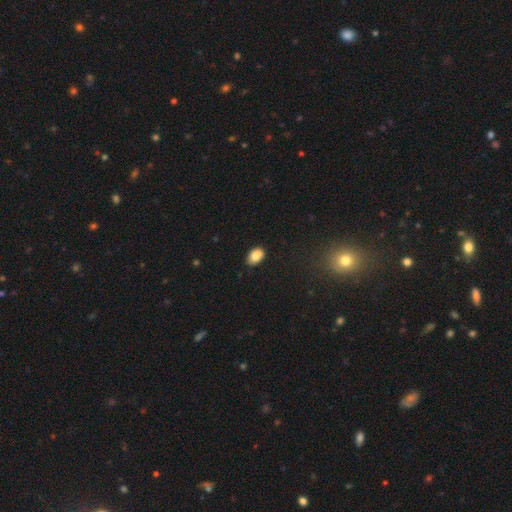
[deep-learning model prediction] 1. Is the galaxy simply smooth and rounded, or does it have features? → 84% smooth, 8% star or artifact, 7% featured or disk.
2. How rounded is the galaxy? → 86% in between, 13% round, 1% cigar-shaped.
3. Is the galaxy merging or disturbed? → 76% none, 19% minor disturbance, 3% major disturbance, 2% merger.